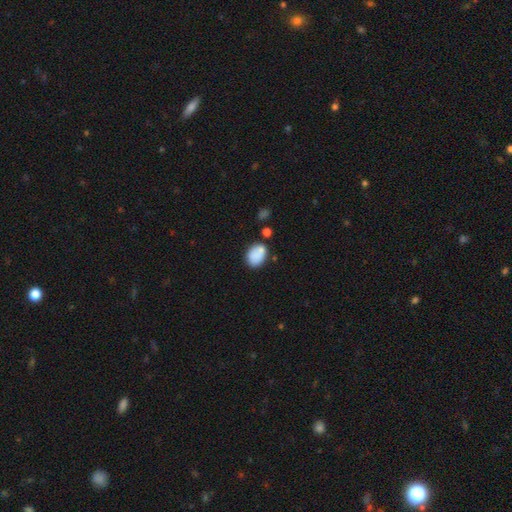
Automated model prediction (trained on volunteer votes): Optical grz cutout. It shows a smooth galaxy with no disk features (83%) that is in between round and cigar-shaped (73%). Merging: none (63%).